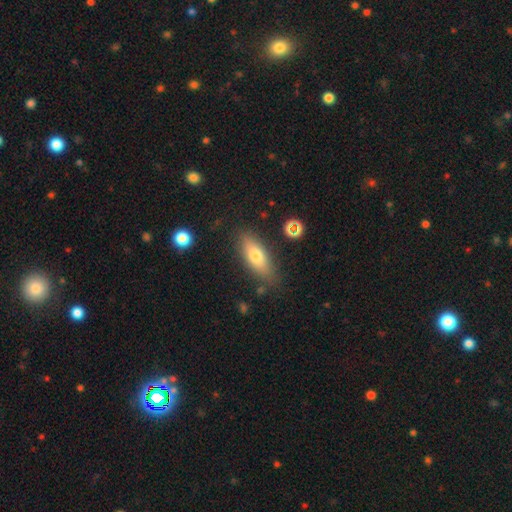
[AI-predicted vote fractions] Morphology: type=smooth (69%); roundness=in between (68%); merging=none (80%).